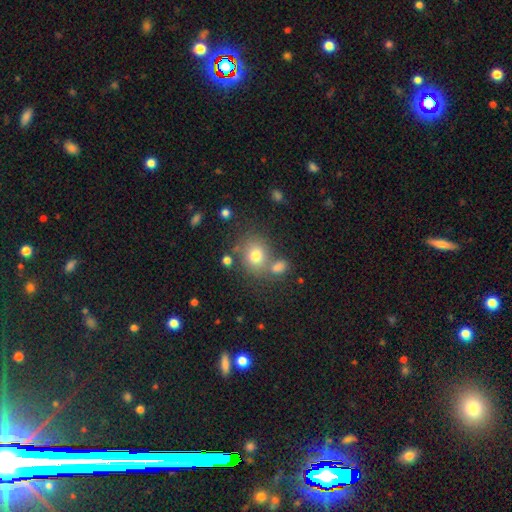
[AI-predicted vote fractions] This appears to be a smooth galaxy with no disk features (74%) that is round (68%). Merging: none (61%).